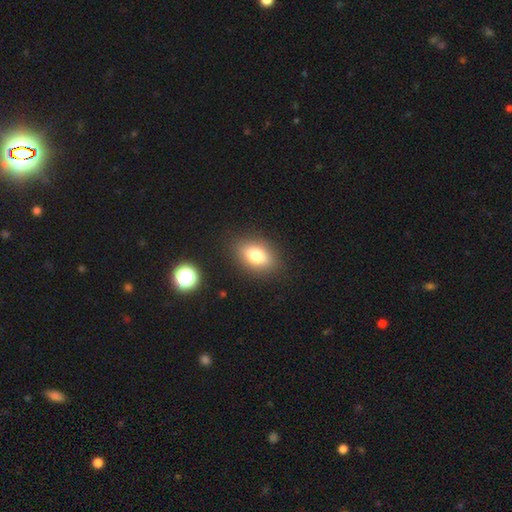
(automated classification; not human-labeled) The model was most divided on "smooth or featured": smooth: 74%, featured or disk: 15%, star or artifact: 11%. More confident: merging — none (87%); how rounded — in between (79%).